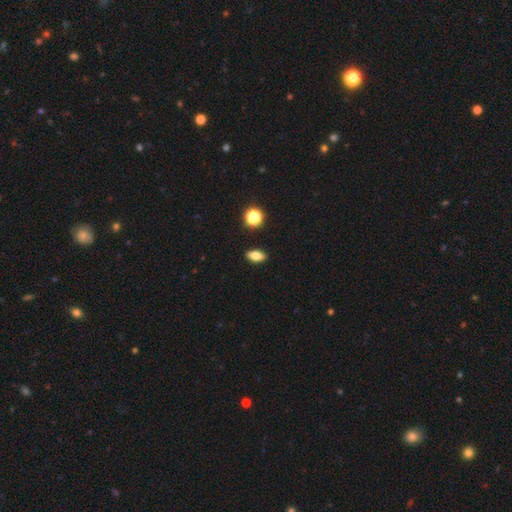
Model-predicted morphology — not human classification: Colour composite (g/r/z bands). It shows a smooth galaxy with no disk features (77%) that is in between round and cigar-shaped (83%). Merging: none (90%).